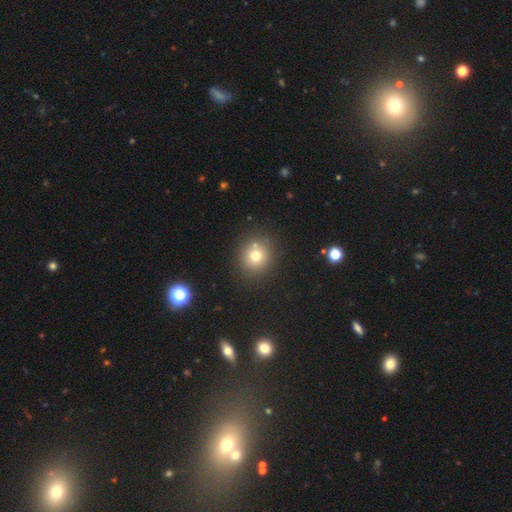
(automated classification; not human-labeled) A smooth galaxy with no disk features (74%) that is round (86%). Merging: none (80%).